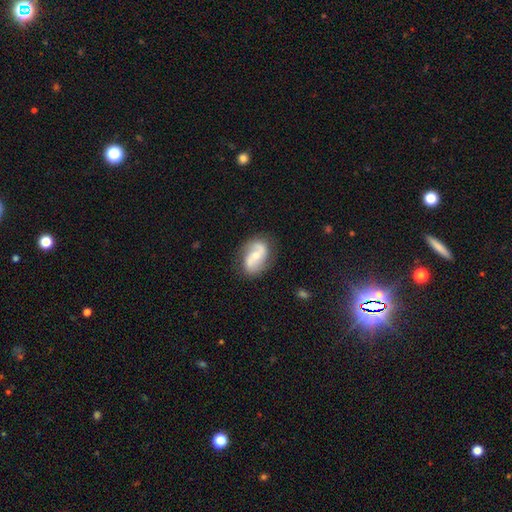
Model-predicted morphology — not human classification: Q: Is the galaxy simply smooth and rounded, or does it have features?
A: featured or disk — 77%.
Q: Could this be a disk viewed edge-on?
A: no — 97%.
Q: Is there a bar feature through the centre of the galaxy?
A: no — 47%.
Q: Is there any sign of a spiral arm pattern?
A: yes — 93%.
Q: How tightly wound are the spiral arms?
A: loose — 46%.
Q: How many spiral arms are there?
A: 2 — 90%.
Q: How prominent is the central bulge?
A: moderate — 53%.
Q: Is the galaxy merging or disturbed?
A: none — 79%.